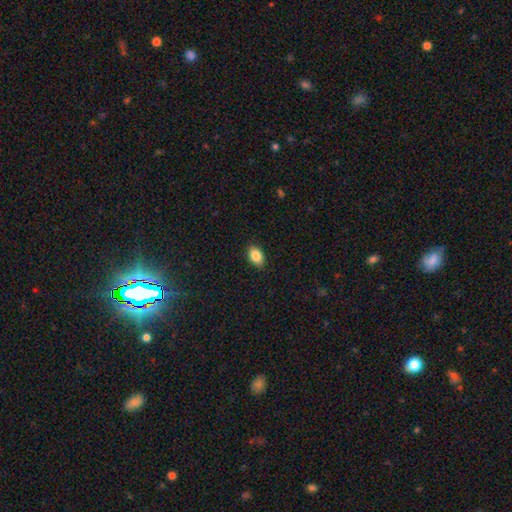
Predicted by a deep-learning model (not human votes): Smooth or featured?
  - smooth: 86% *
  - star or artifact: 8%
  - featured or disk: 6%
How rounded?
  - in between: 88% *
  - round: 10%
  - cigar-shaped: 2%
Merging?
  - none: 88% *
  - minor disturbance: 9%
  - major disturbance: 2%
  - merger: 1%